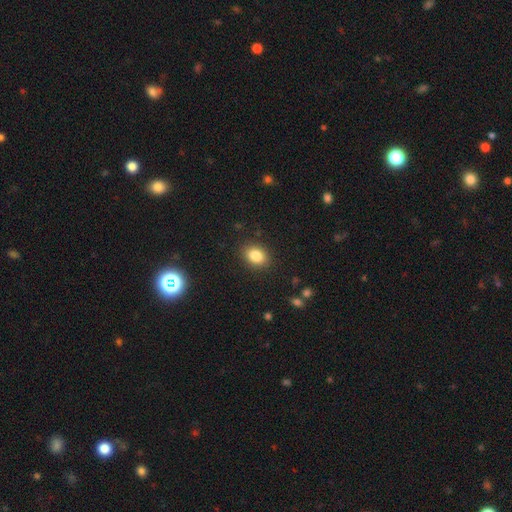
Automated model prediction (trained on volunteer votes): smooth_or_featured: smooth (p=0.84) [alt: star or artifact p=0.09]
how_rounded: in between (p=0.67) [alt: round p=0.32]
merging: none (p=0.88) [alt: minor disturbance p=0.09]